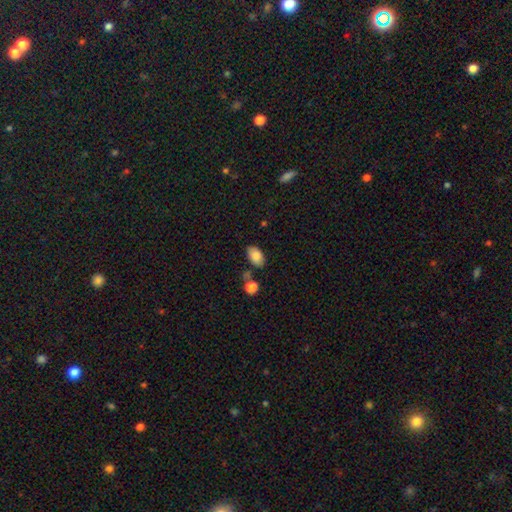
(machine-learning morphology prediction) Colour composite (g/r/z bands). It shows a smooth galaxy with no disk features (84%) that is in between round and cigar-shaped (92%). Merging: none (75%).